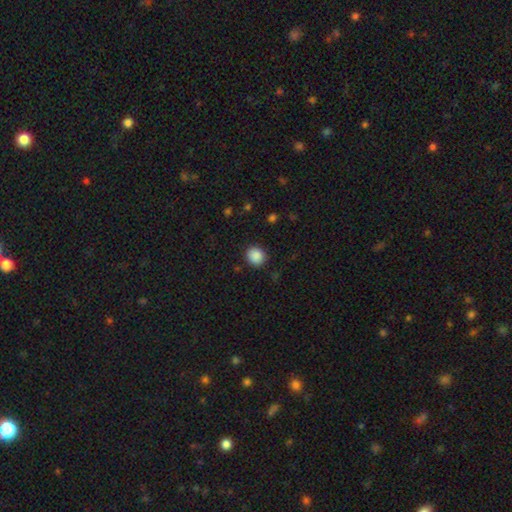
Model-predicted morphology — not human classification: This appears to be a smooth galaxy with no disk features (89%) that is round (82%). Merging: none (89%).